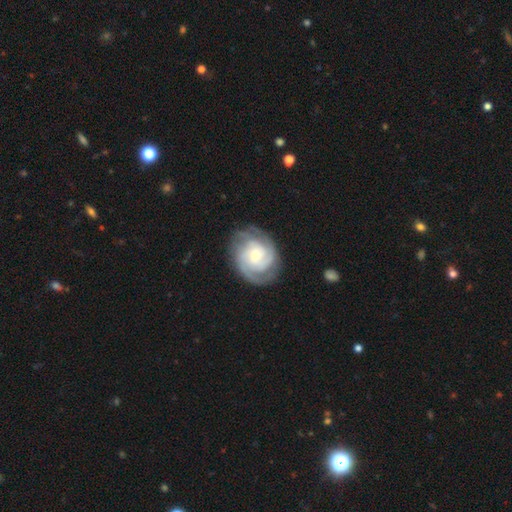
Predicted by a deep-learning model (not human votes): This is clearly a featured or disk galaxy (85%). It is clearly not viewed edge-on (98%). Bar: likely no (64%). Spiral arm pattern: clearly yes (97%). Spiral arm count: marginally 3 (33%). Spiral winding: likely tight (67%). Central bulge: possibly small (47%, tied with moderate). Merging: likely none (79%).